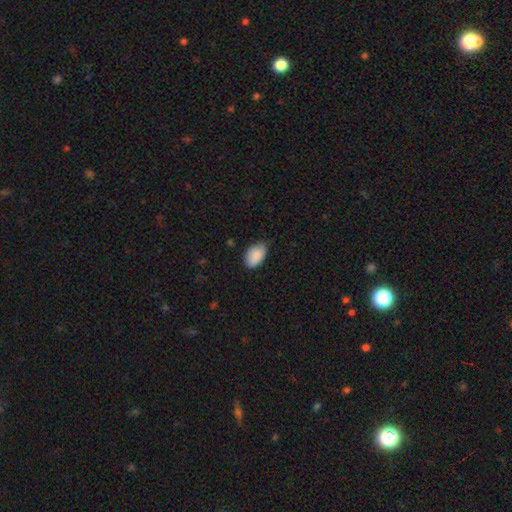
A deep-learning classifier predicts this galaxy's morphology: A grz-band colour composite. It shows a smooth galaxy with no disk features (88%) that is in between round and cigar-shaped (92%). Merging: none (62%).